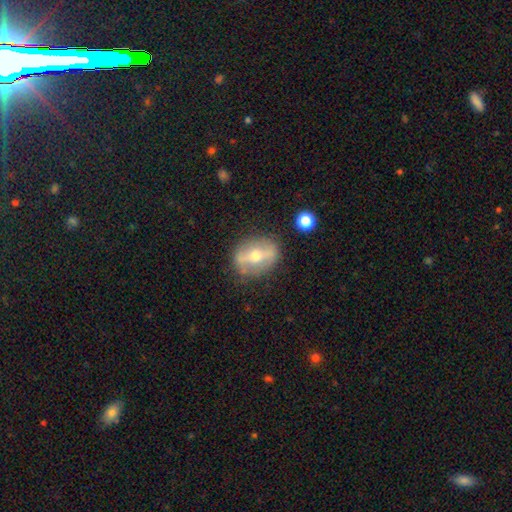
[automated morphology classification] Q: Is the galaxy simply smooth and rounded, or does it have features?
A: featured or disk — 63%.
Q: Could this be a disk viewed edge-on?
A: no — 77%.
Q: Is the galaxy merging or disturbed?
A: none — 79%.